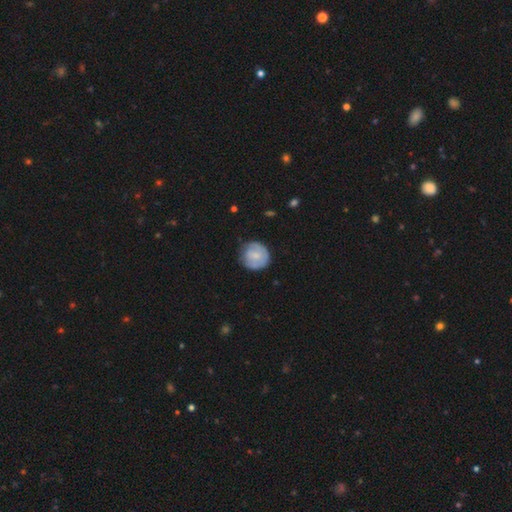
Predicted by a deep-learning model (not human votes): The model was most divided on "smooth or featured": smooth: 64%, featured or disk: 30%, star or artifact: 6%. More confident: how rounded — round (92%); merging — none (73%).